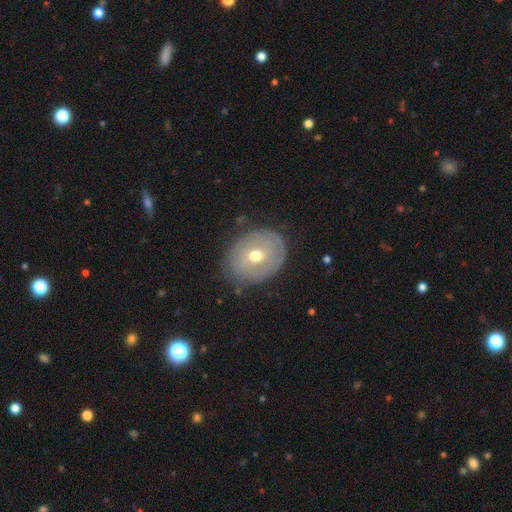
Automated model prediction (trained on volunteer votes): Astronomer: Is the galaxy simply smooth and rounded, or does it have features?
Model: featured or disk — 52% (runner-up: smooth, 40%).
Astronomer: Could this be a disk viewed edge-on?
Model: no — 94%.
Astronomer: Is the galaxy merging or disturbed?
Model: none — 76%.